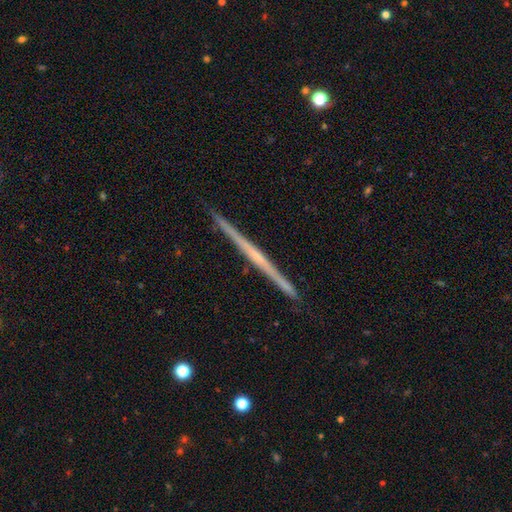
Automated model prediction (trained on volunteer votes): A featured or disk galaxy (74%) viewed edge-on (98%) with no central bulge (72%).

Vote fractions:
- Smooth or featured? featured or disk: 74% / smooth: 21% / star or artifact: 5%
- Edge-on disk? yes: 98% / no: 2%
- Edge-on bulge? none: 72% / rounded: 22% / boxy: 6%
- Merging? none: 92% / minor disturbance: 5% / merger: 1% / major disturbance: 1%